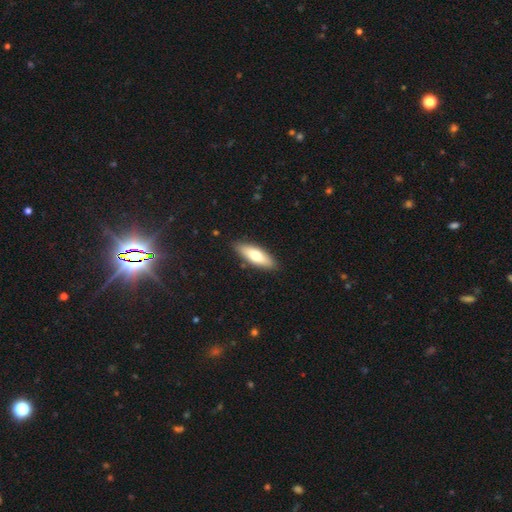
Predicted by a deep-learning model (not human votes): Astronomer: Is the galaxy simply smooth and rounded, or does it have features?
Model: smooth — 68%.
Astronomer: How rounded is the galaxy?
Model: in between — 60% (runner-up: cigar-shaped, 39%).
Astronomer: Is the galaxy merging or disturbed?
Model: none — 87%.